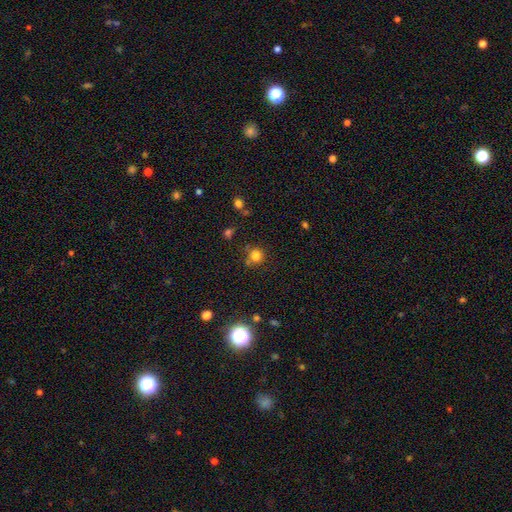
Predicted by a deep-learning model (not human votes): The model was most divided on "merging": none: 73%, minor disturbance: 12%, merger: 10%, major disturbance: 4%. More confident: how rounded — round (91%); smooth or featured — smooth (78%).